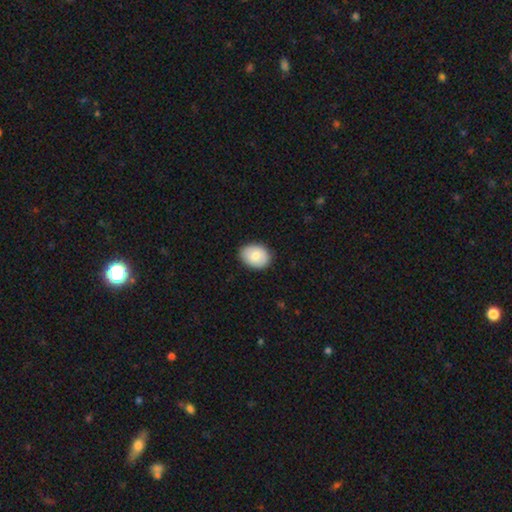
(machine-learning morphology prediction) Smooth or featured: smooth — 80% (featured or disk — 14%)
How rounded: in between — 62% (round — 37%)
Merging: none — 86% (minor disturbance — 10%)